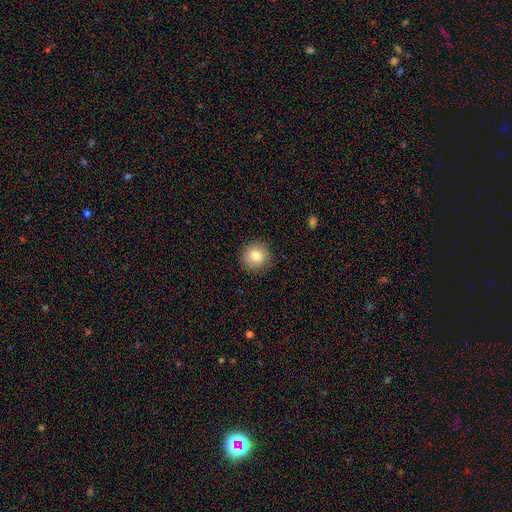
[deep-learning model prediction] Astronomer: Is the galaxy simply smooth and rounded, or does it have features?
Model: smooth — 82%.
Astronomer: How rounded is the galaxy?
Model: round — 93%.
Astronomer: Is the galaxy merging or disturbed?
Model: none — 90%.